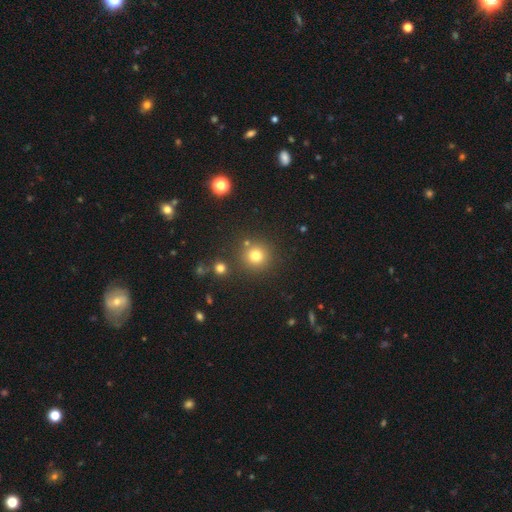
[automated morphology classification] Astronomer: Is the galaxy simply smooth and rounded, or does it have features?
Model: smooth — 77%.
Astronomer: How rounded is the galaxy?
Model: round — 94%.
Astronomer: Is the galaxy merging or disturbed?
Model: none — 83%.